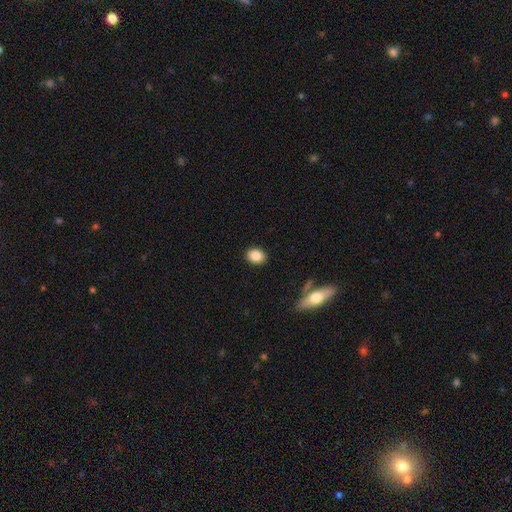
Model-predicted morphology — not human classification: Smooth or featured? Predicted: smooth (p=0.86). How rounded? Predicted: in between (p=0.60). Merging? Predicted: none (p=0.90).